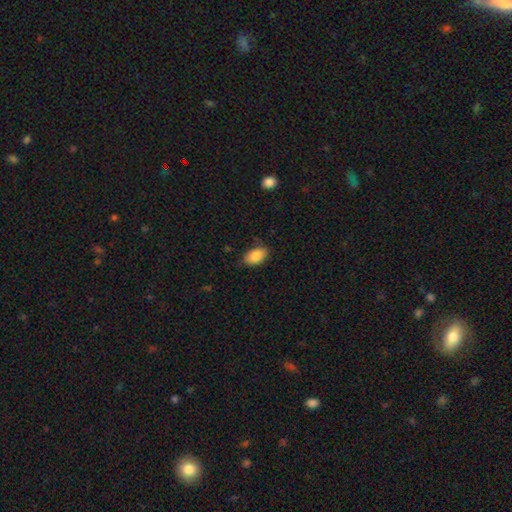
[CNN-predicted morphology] Smooth or featured?
  - smooth: 86% *
  - star or artifact: 7%
  - featured or disk: 7%
How rounded?
  - in between: 92% *
  - round: 7%
  - cigar-shaped: 2%
Merging?
  - none: 80% *
  - minor disturbance: 16%
  - major disturbance: 3%
  - merger: 1%